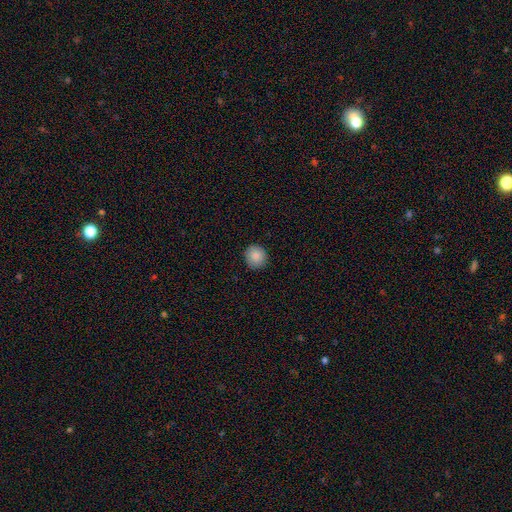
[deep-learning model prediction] Q: Smooth or featured?
A: smooth (88%); runner-up: star or artifact (8%)
Q: How rounded?
A: round (90%); runner-up: in between (9%)
Q: Merging?
A: none (90%); runner-up: minor disturbance (7%)